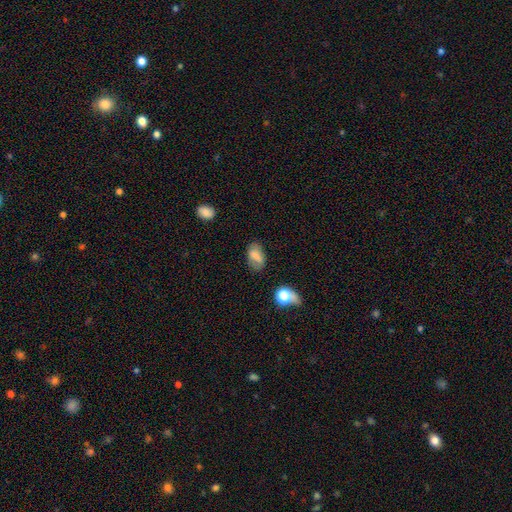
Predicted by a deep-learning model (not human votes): Overall: smooth (73%). How rounded: in between (90%). Merging: none (68%).